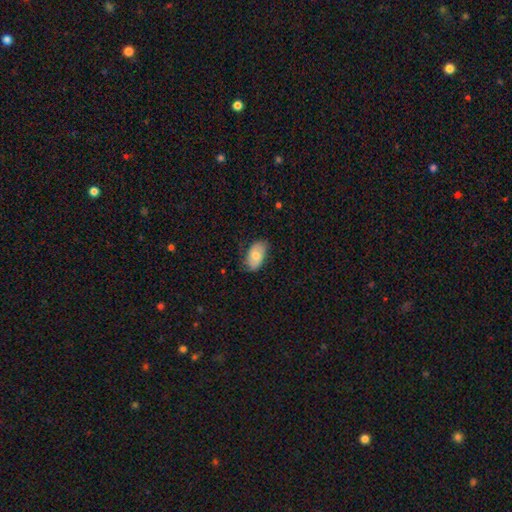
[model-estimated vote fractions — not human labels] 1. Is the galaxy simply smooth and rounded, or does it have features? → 72% smooth, 21% featured or disk, 6% star or artifact.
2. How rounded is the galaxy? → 93% in between, 5% round, 2% cigar-shaped.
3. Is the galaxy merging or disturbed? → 69% none, 25% minor disturbance, 5% major disturbance, 1% merger.